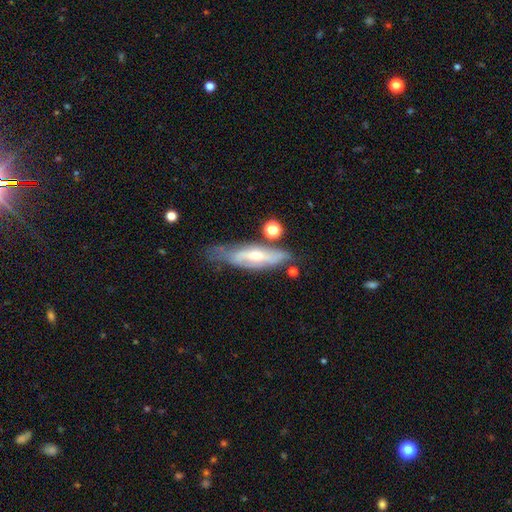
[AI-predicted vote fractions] smooth_or_featured: featured or disk (p=0.66) [alt: smooth p=0.27]
disk_edge_on: no (p=0.62) [alt: yes p=0.38]
merging: none (p=0.52) [alt: minor disturbance p=0.28]